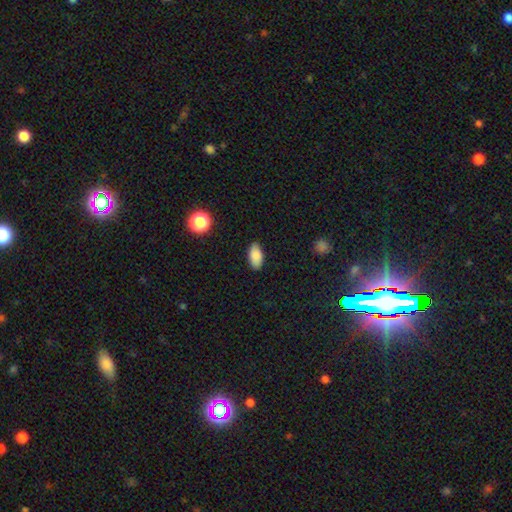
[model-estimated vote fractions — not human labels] A smooth galaxy with no disk features (85%) that is in between round and cigar-shaped (92%). Merging: none (85%).